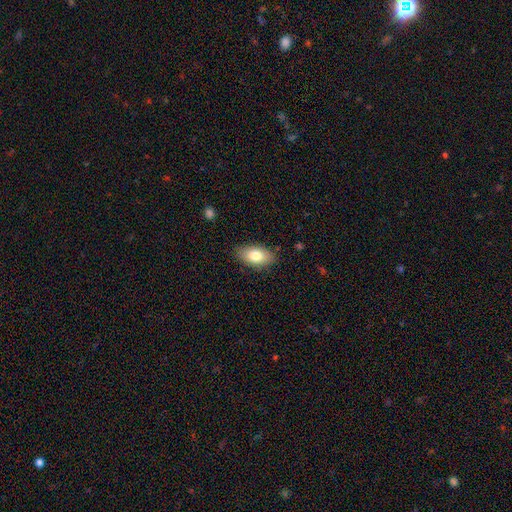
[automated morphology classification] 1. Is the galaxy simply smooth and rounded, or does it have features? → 79% smooth, 14% featured or disk, 7% star or artifact.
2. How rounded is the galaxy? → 92% in between, 4% round, 3% cigar-shaped.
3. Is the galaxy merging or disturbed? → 85% none, 12% minor disturbance, 2% major disturbance, 1% merger.